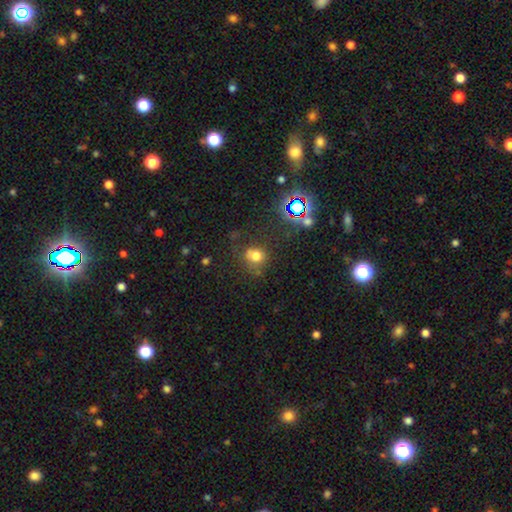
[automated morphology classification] Overall: smooth (69%). How rounded: round (70%). Merging: none (62%).